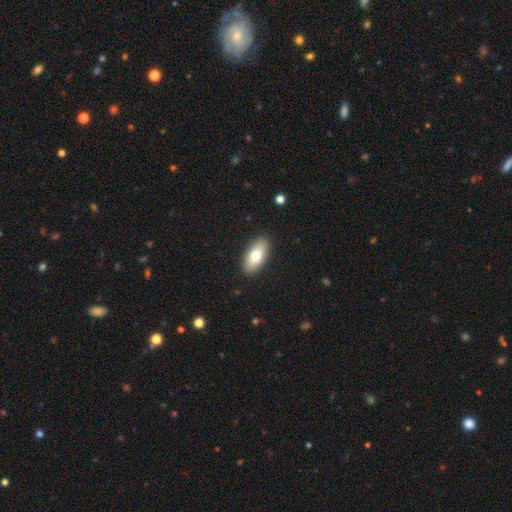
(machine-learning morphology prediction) smooth 75%, featured or disk 19%, star or artifact 6%. Down the decision tree: how rounded — in between (89%); merging — none (89%).